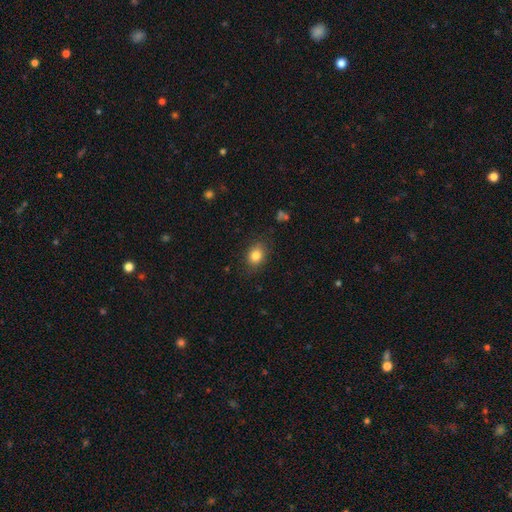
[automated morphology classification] A smooth galaxy with no disk features (83%) that is in between round and cigar-shaped (57%). Merging: none (83%).